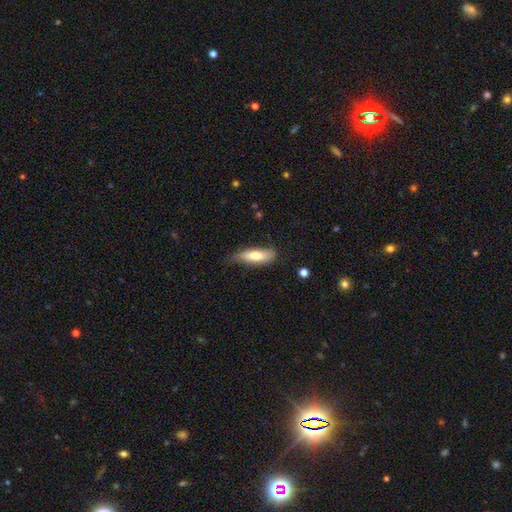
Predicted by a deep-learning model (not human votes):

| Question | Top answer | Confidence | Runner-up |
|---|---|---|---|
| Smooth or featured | smooth | 73% | featured or disk (21%) |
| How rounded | in between | 60% | cigar-shaped (38%) |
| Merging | none | 62% | minor disturbance (30%) |